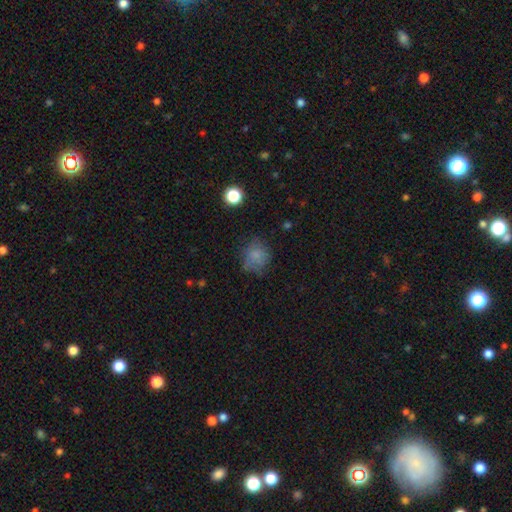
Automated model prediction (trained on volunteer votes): smooth-or-featured: smooth: 71% | featured or disk: 15% | star or artifact: 14%
  how-rounded: round: 72% | in between: 27% | cigar-shaped: 1%
  merging: none: 59% | minor disturbance: 25% | major disturbance: 14% | merger: 2%